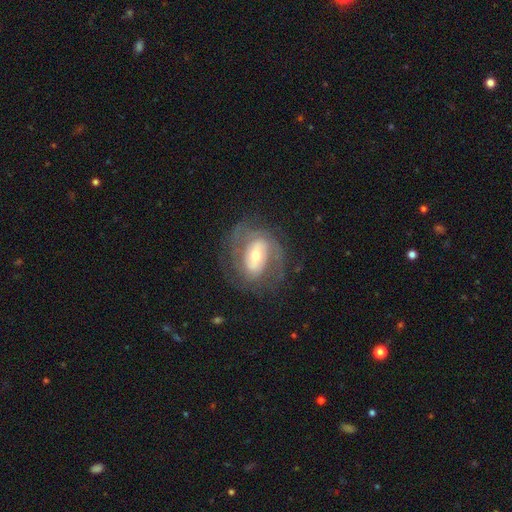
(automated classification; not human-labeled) Smooth or featured? Predicted: featured or disk (p=0.80). Edge-on disk? Predicted: no (p=0.96). Bar? Predicted: weak (p=0.41). Spiral arms? Predicted: yes (p=0.89). Spiral winding? Predicted: tight (p=0.44). Spiral arm count? Predicted: 2 (p=0.58). Bulge size? Predicted: moderate (p=0.56). Merging? Predicted: none (p=0.68).